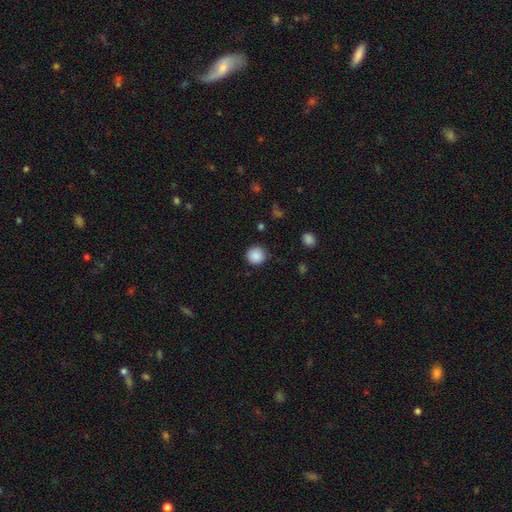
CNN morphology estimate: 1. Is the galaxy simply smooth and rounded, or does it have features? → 88% smooth, 9% star or artifact, 3% featured or disk.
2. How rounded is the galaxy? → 94% round, 5% in between, 1% cigar-shaped.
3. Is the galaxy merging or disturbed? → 88% none, 8% minor disturbance, 2% major disturbance, 1% merger.